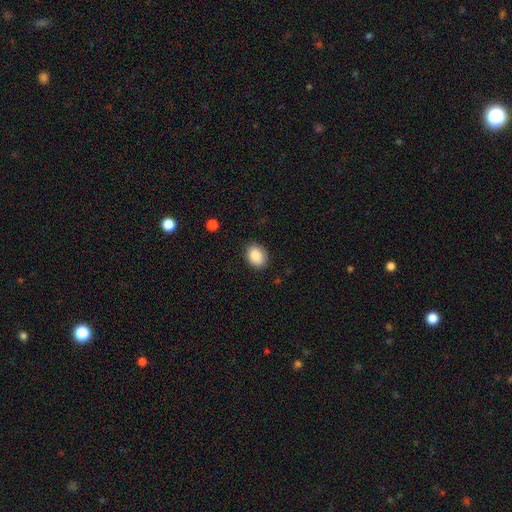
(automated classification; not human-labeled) smooth-or-featured: smooth: 89% | star or artifact: 7% | featured or disk: 4%
  how-rounded: in between: 69% | round: 30% | cigar-shaped: 1%
  merging: none: 86% | minor disturbance: 10% | major disturbance: 3% | merger: 1%